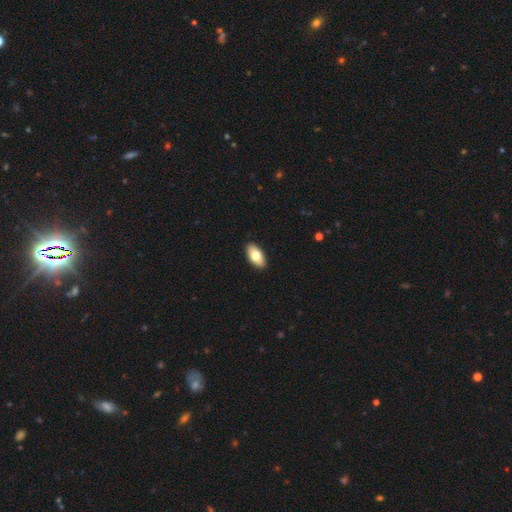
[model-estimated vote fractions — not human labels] Overall: smooth (76%). How rounded: in between (93%). Merging: none (91%).